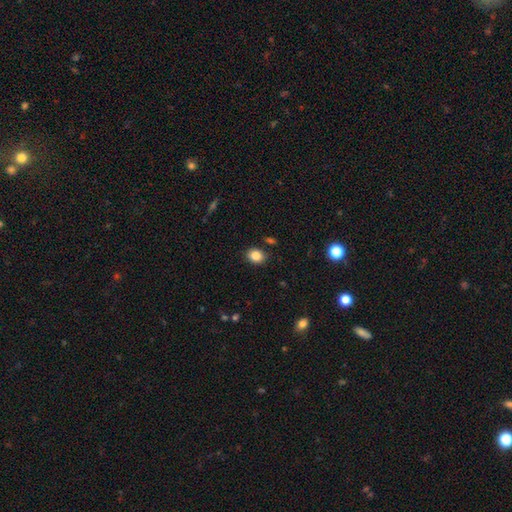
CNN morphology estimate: Smooth or featured? smooth (84%)
How rounded? in between (52%)
Merging? none (87%)